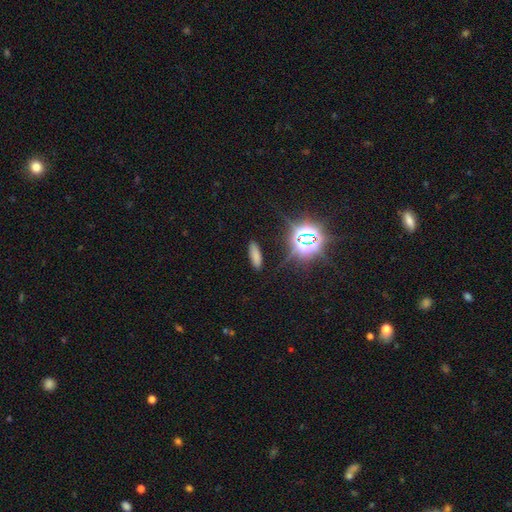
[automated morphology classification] Overall: smooth (68%). How rounded: in between (53%; cigar-shaped 44%). Merging: none (85%).